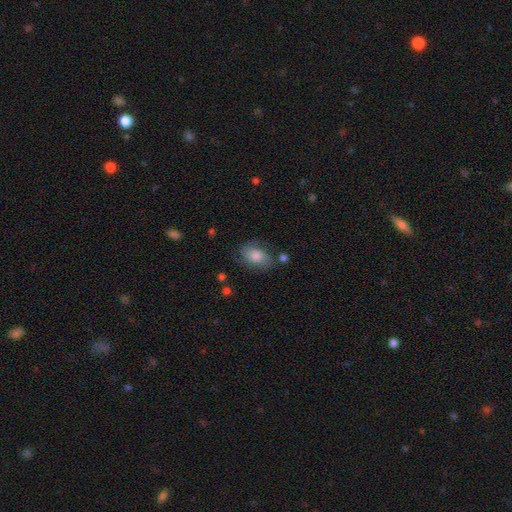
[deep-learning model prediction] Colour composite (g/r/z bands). It shows a smooth galaxy with no disk features (71%) that is in between round and cigar-shaped (84%). Merging: none (65%).